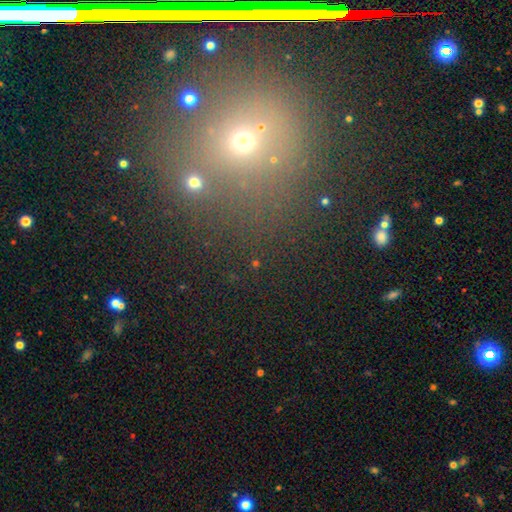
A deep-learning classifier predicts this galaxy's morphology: Smooth or featured?
  - star or artifact: 54% *
  - smooth: 37%
  - featured or disk: 10%